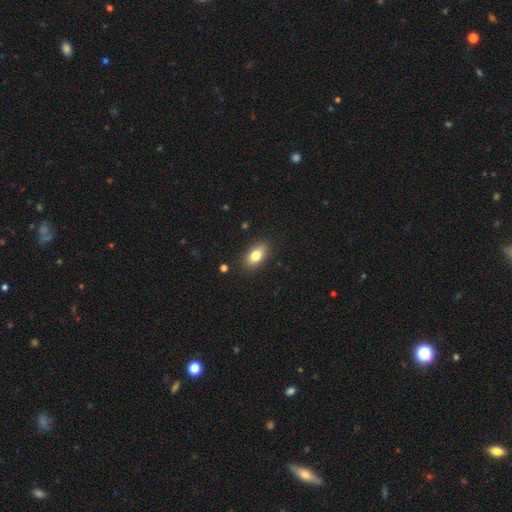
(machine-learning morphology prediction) type=smooth (77%); roundness=in between (86%); merging=none (86%).